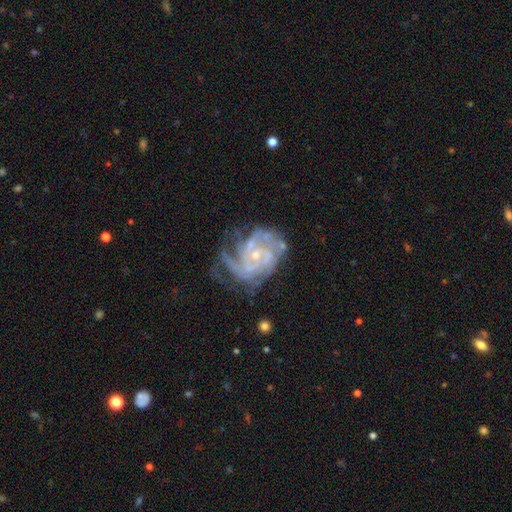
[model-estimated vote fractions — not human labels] Q: Smooth or featured?
A: featured or disk (87%); runner-up: star or artifact (7%)
Q: Edge-on disk?
A: no (98%); runner-up: yes (2%)
Q: Bar?
A: no (68%); runner-up: weak (26%)
Q: Spiral arms?
A: yes (94%); runner-up: no (6%)
Q: Spiral winding?
A: tight (55%); runner-up: medium (35%)
Q: Spiral arm count?
A: can't tell (30%); runner-up: 3 (23%)
Q: Bulge size?
A: small (71%); runner-up: moderate (24%)
Q: Merging?
A: none (46%); runner-up: major disturbance (25%)